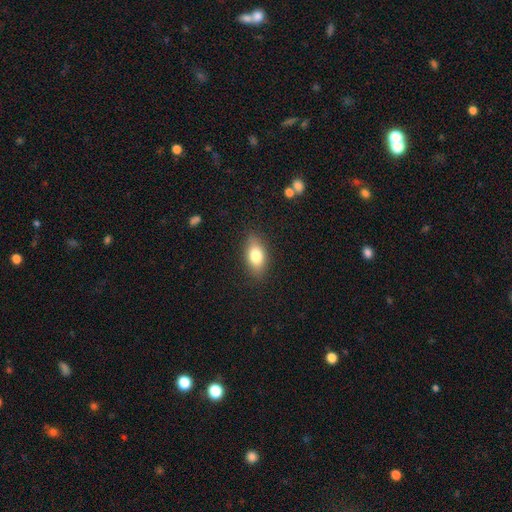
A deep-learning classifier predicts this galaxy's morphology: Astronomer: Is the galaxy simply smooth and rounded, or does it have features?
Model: smooth — 78%.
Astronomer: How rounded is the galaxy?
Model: in between — 86%.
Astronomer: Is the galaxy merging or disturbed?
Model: none — 85%.